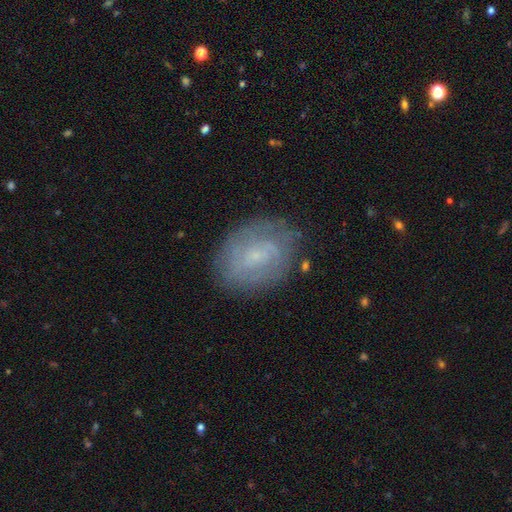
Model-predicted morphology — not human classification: featured or disk 54%, smooth 37%, star or artifact 10%. Down the decision tree: edge-on disk — no (96%); bar — weak (46%); spiral arms — yes (67%); bulge size — small (67%); merging — none (75%).